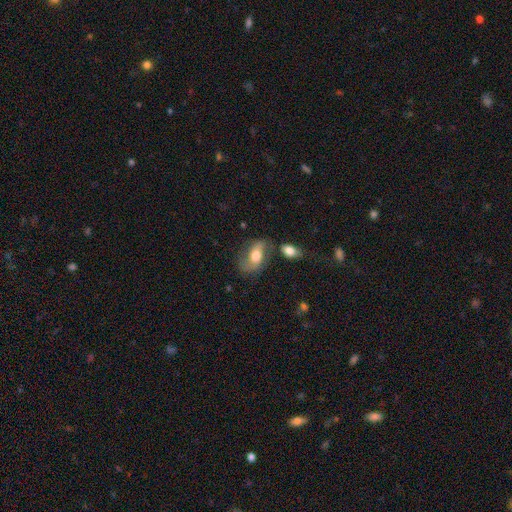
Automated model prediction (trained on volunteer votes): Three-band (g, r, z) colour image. It shows a smooth galaxy with no disk features (47%). Merging: none (58%).